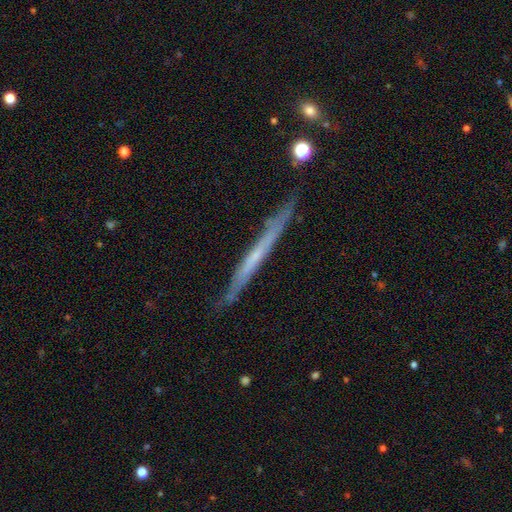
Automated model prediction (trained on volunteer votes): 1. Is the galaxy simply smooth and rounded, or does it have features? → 59% featured or disk, 35% smooth, 7% star or artifact.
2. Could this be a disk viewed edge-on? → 95% yes, 5% no.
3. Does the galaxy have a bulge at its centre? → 85% none, 11% rounded, 4% boxy.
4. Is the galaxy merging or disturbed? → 84% none, 12% minor disturbance, 2% major disturbance, 2% merger.